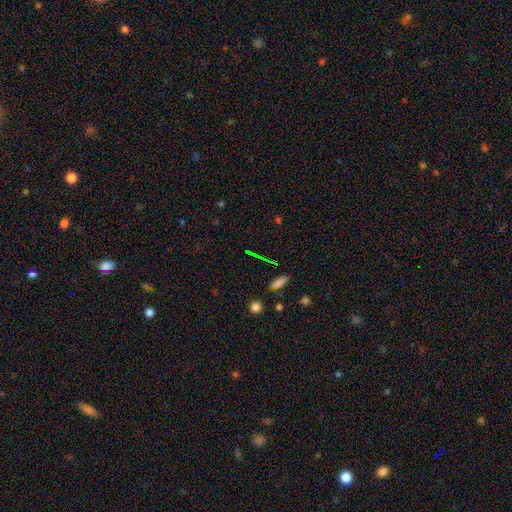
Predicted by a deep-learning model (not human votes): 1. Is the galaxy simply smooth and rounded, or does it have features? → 61% star or artifact, 26% smooth, 13% featured or disk.